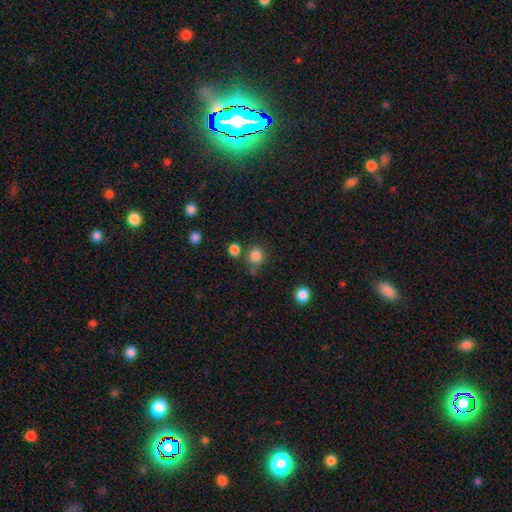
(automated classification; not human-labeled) The model was most divided on "merging": none: 74%, merger: 11%, minor disturbance: 11%, major disturbance: 4%. More confident: how rounded — round (86%); smooth or featured — smooth (83%).